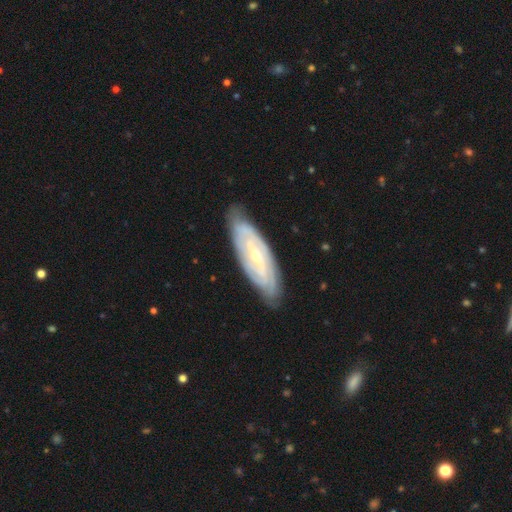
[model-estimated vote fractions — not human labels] Morphology: type=featured or disk (83%); edge-on=no (87%); bar=weak (43%); spiral arms=yes (94%); winding=tight (70%); arm count=can't tell (39%); bulge=small (63%); merging=none (79%).